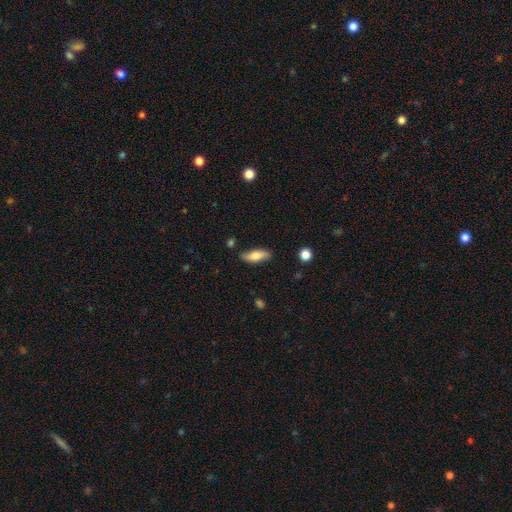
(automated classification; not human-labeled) Smooth or featured?
  - smooth: 67% *
  - featured or disk: 26%
  - star or artifact: 7%
How rounded?
  - in between: 62% *
  - cigar-shaped: 35%
  - round: 3%
Merging?
  - none: 77% *
  - minor disturbance: 17%
  - major disturbance: 3%
  - merger: 3%